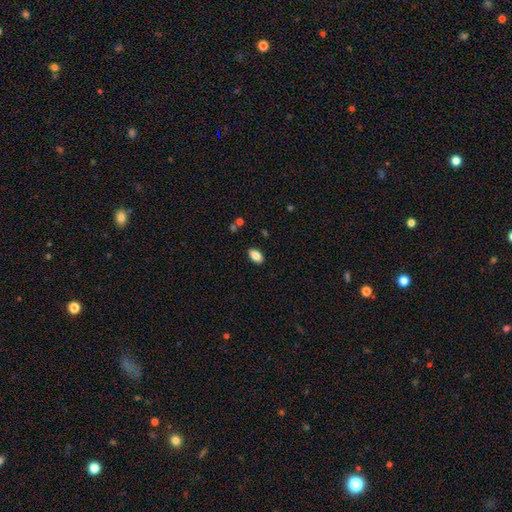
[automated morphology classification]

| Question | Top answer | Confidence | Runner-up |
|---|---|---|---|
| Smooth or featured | smooth | 84% | featured or disk (8%) |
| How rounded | in between | 92% | round (6%) |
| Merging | none | 87% | minor disturbance (9%) |